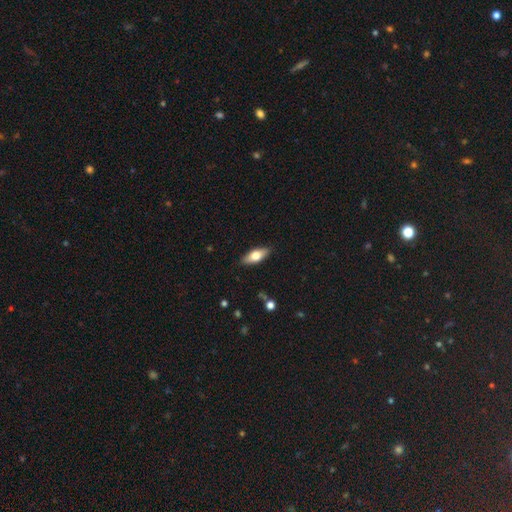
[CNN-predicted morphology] A smooth galaxy with no disk features (65%) that is in between round and cigar-shaped (76%). Merging: none (88%).